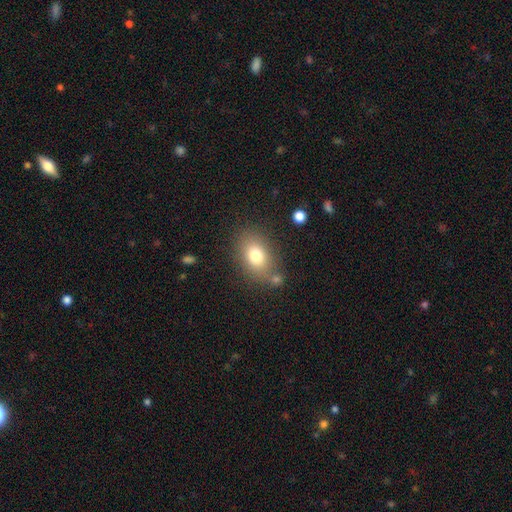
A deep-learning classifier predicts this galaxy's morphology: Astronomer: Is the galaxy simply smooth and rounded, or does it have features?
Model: smooth — 78%.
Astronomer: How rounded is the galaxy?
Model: in between — 74%.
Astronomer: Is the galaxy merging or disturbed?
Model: none — 70%.